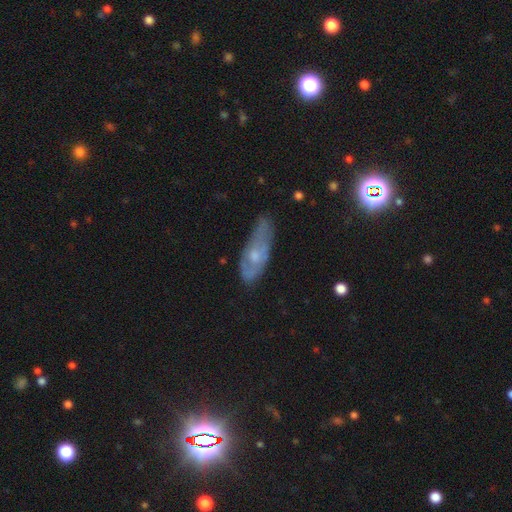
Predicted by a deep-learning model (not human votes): Smooth or featured? Predicted: featured or disk (p=0.50). Edge-on disk? Predicted: no (p=0.74). Merging? Predicted: none (p=0.52).